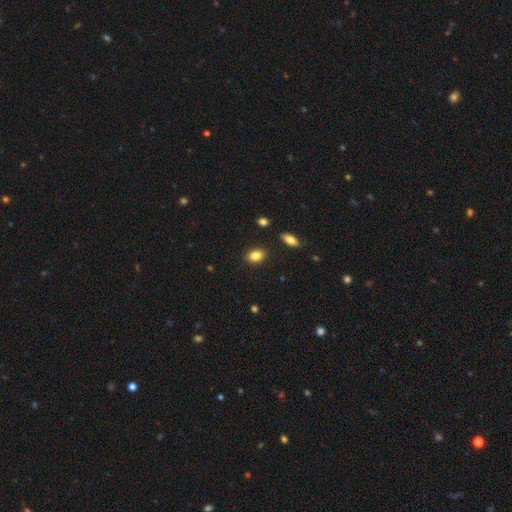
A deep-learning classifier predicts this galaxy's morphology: type=smooth (84%); roundness=in between (78%); merging=none (87%).